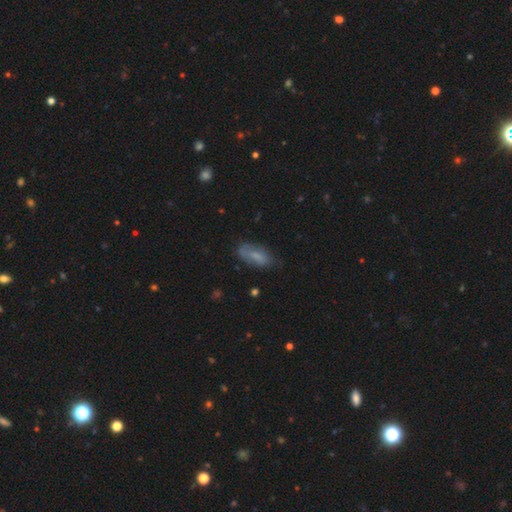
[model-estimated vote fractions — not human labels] The model was most divided on "merging": none: 64%, minor disturbance: 26%, major disturbance: 8%, merger: 2%. More confident: how rounded — in between (81%); smooth or featured — smooth (70%).